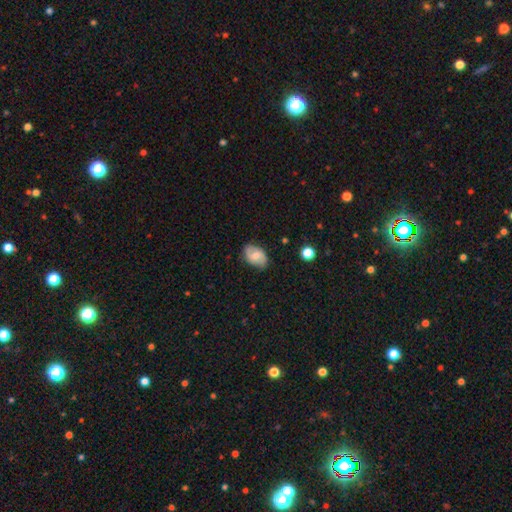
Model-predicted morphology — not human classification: A featured or disk galaxy (50%). Merging: none (77%).